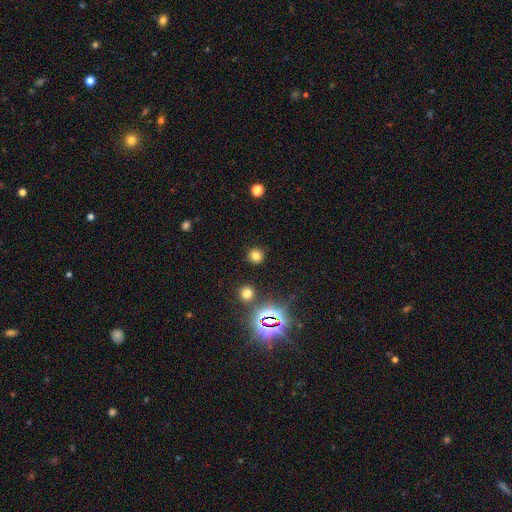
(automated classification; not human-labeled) smooth 73%, star or artifact 21%, featured or disk 6%. Down the decision tree: how rounded — round (90%); merging — none (89%).